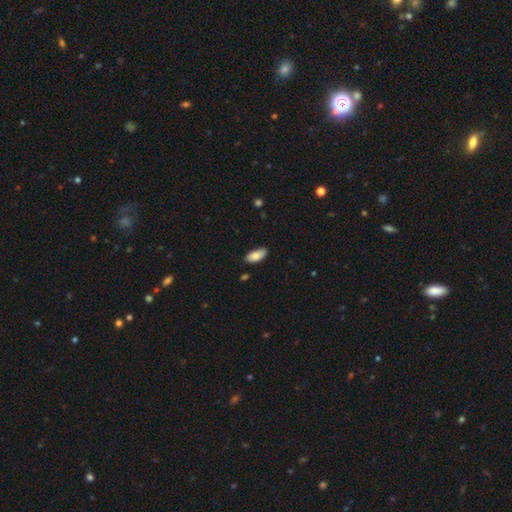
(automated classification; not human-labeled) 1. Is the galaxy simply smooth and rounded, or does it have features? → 83% smooth, 10% featured or disk, 7% star or artifact.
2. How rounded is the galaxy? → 90% in between, 8% cigar-shaped, 2% round.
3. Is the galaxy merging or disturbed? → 83% none, 14% minor disturbance, 2% major disturbance, 2% merger.